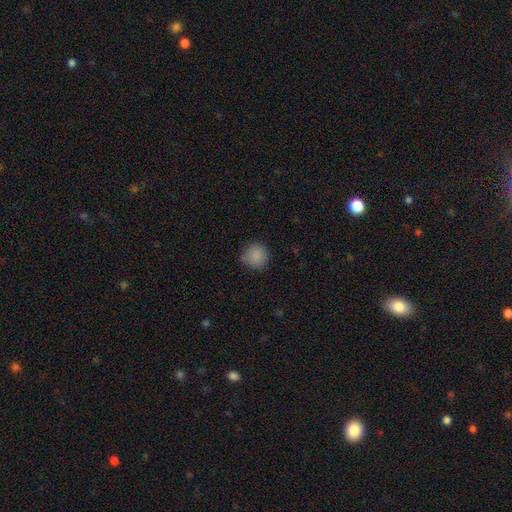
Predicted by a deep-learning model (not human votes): This is clearly a smooth galaxy (87%). How rounded: clearly round (92%). Merging: likely none (79%).